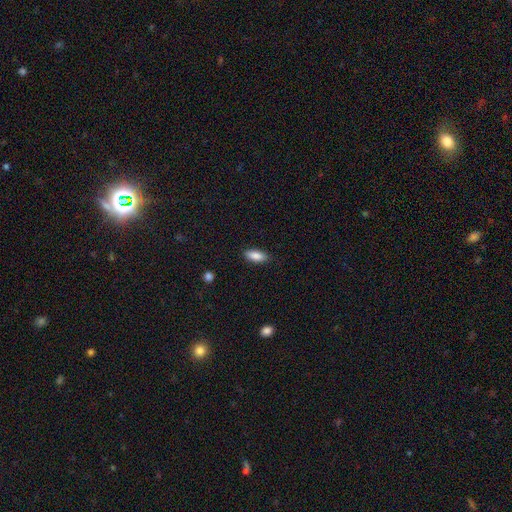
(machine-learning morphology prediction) Smooth or featured?
  - smooth: 87% *
  - star or artifact: 7%
  - featured or disk: 6%
How rounded?
  - in between: 79% *
  - cigar-shaped: 19%
  - round: 2%
Merging?
  - none: 86% *
  - minor disturbance: 10%
  - major disturbance: 2%
  - merger: 1%